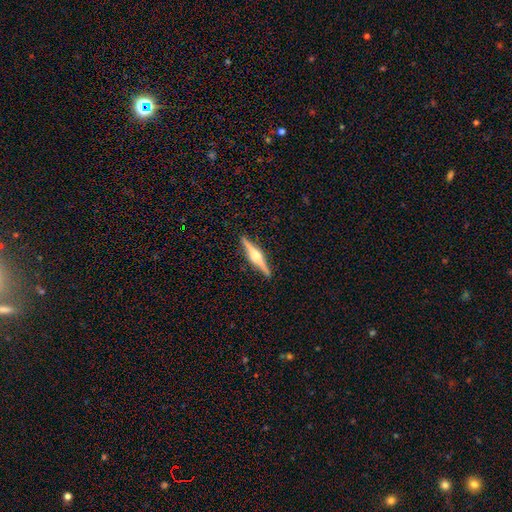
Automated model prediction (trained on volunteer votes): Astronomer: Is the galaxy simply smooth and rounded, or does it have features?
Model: featured or disk — 78%.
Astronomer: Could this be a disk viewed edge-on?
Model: yes — 98%.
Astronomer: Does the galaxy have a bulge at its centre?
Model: rounded — 90%.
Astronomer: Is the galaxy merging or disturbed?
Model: none — 91%.